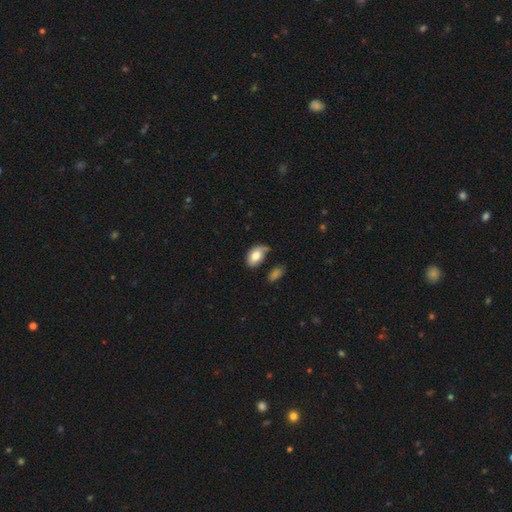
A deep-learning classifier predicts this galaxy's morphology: type=smooth (79%); roundness=in between (90%); merging=none (49%).